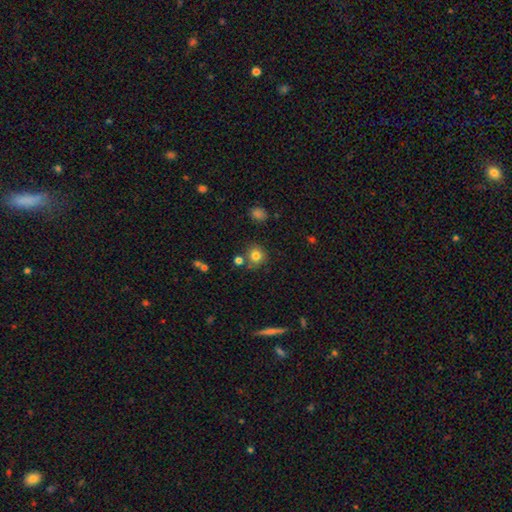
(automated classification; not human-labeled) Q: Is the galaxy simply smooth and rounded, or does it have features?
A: smooth — 79%.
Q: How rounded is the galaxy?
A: round — 90%.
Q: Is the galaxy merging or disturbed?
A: none — 77%.